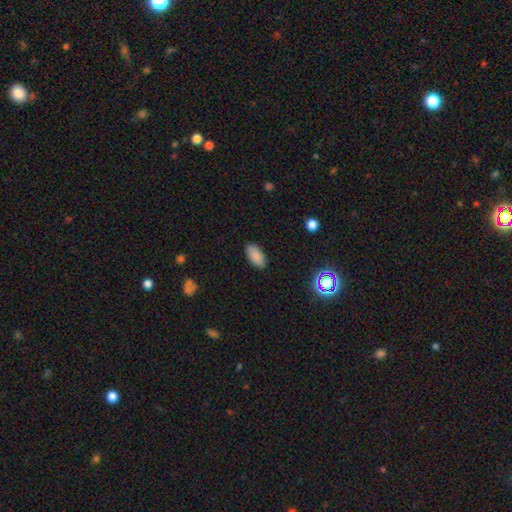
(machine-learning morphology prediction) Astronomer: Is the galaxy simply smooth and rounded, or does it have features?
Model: smooth — 86%.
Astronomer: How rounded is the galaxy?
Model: in between — 92%.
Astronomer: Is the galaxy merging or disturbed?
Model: none — 88%.